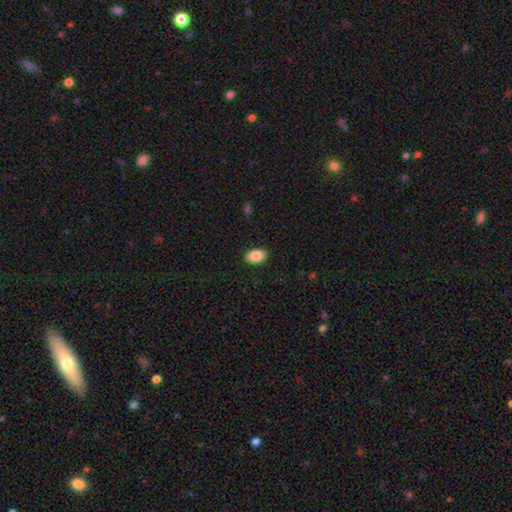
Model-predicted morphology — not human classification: Smooth or featured? smooth (88%)
How rounded? in between (90%)
Merging? none (90%)